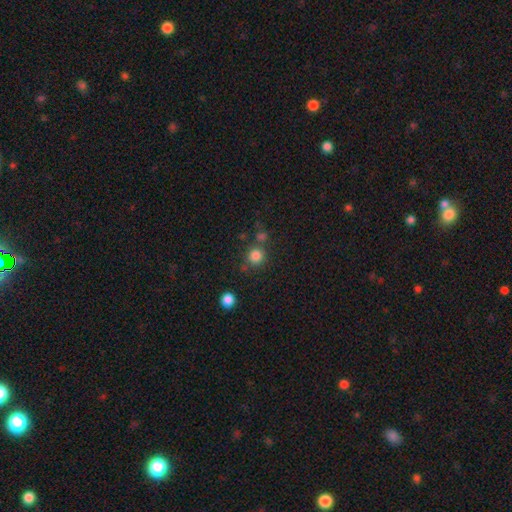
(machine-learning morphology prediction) Smooth or featured? smooth (82%)
How rounded? round (92%)
Merging? none (72%)